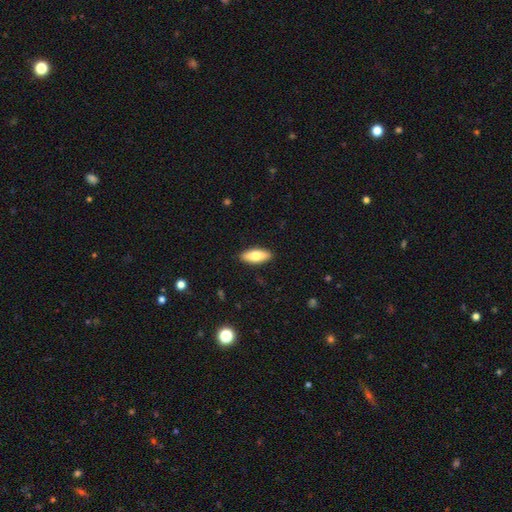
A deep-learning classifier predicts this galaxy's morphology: smooth-or-featured: smooth: 76% | featured or disk: 18% | star or artifact: 6%
  how-rounded: in between: 78% | cigar-shaped: 19% | round: 2%
  merging: none: 89% | minor disturbance: 8% | major disturbance: 2% | merger: 1%